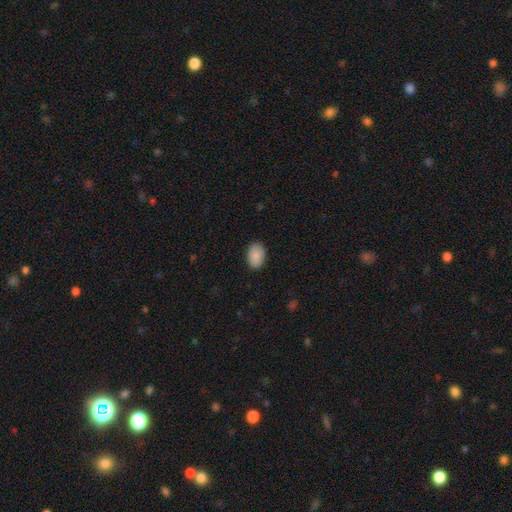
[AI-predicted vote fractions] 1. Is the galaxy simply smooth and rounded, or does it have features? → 88% smooth, 7% star or artifact, 5% featured or disk.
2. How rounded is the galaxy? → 86% in between, 13% round, 1% cigar-shaped.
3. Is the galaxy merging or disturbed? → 88% none, 9% minor disturbance, 2% major disturbance, 1% merger.